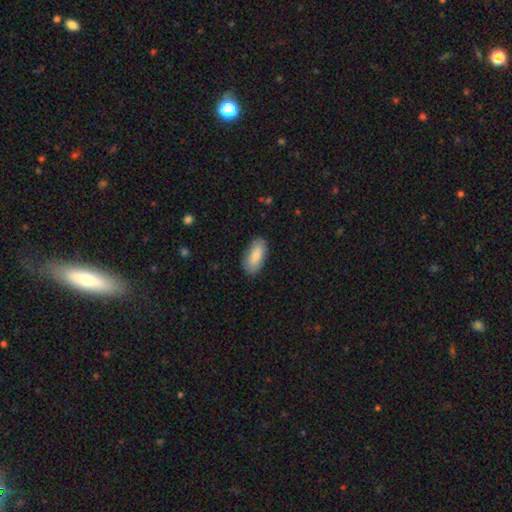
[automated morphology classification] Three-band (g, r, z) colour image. It shows a smooth galaxy with no disk features (82%) that is in between round and cigar-shaped (87%). Merging: none (86%).